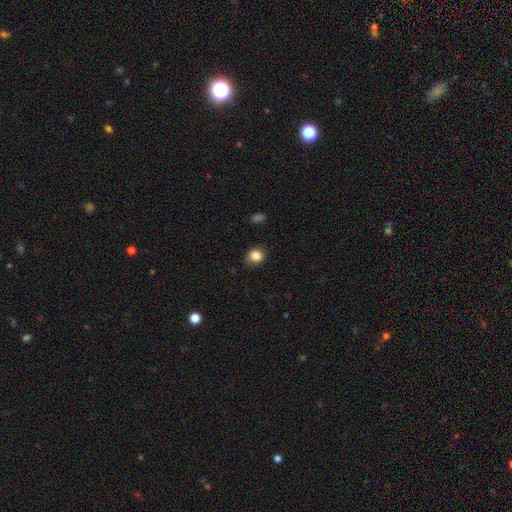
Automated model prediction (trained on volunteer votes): Smooth or featured?
  - smooth: 85% *
  - star or artifact: 9%
  - featured or disk: 6%
How rounded?
  - round: 64% *
  - in between: 35%
  - cigar-shaped: 1%
Merging?
  - none: 78% *
  - minor disturbance: 17%
  - major disturbance: 4%
  - merger: 1%